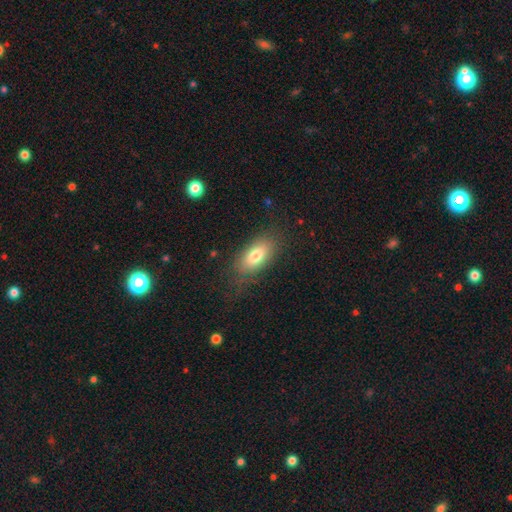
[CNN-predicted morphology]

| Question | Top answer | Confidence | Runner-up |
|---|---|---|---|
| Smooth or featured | smooth | 77% | featured or disk (15%) |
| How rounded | in between | 88% | cigar-shaped (7%) |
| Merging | none | 77% | minor disturbance (15%) |